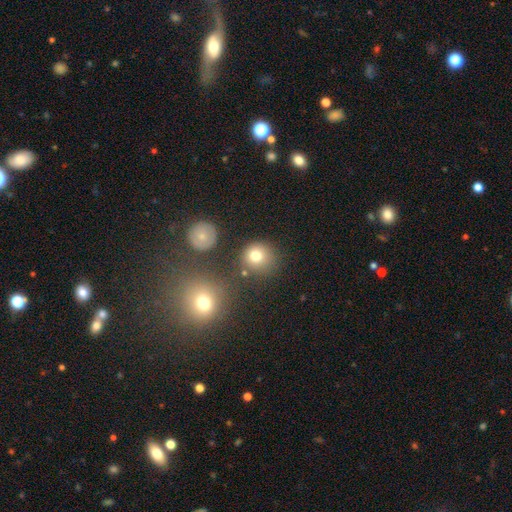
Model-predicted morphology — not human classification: smooth-or-featured: smooth: 77% | star or artifact: 14% | featured or disk: 9%
  how-rounded: round: 90% | in between: 9% | cigar-shaped: 1%
  merging: none: 75% | minor disturbance: 11% | merger: 9% | major disturbance: 5%